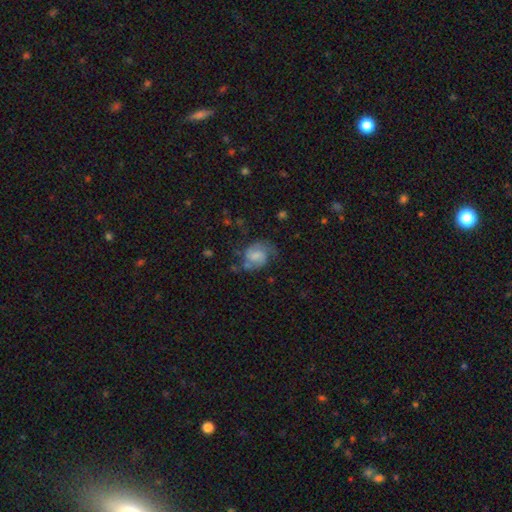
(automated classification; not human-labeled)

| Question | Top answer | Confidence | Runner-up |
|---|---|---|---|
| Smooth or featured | featured or disk | 51% | smooth (40%) |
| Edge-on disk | no | 97% | yes (3%) |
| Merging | none | 50% | minor disturbance (27%) |